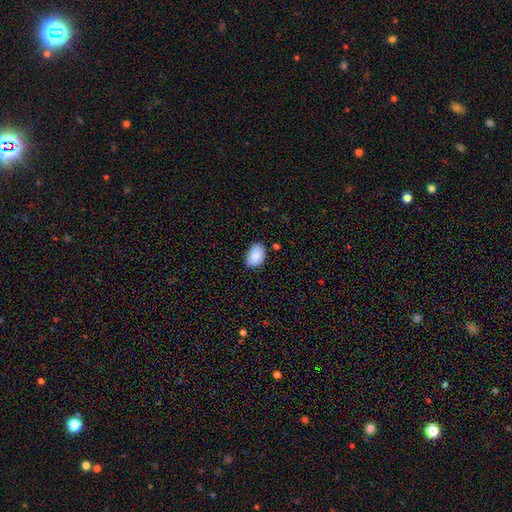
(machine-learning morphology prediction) smooth 87%, star or artifact 7%, featured or disk 6%. Down the decision tree: how rounded — in between (87%); merging — none (74%).